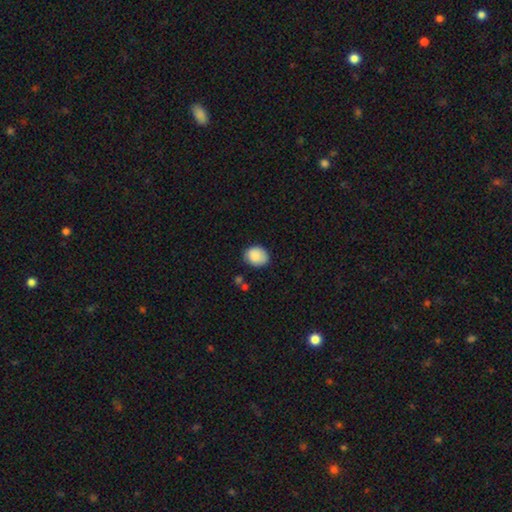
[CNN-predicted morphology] This is clearly a smooth galaxy (87%). How rounded: possibly round (56%). Merging: likely none (78%).